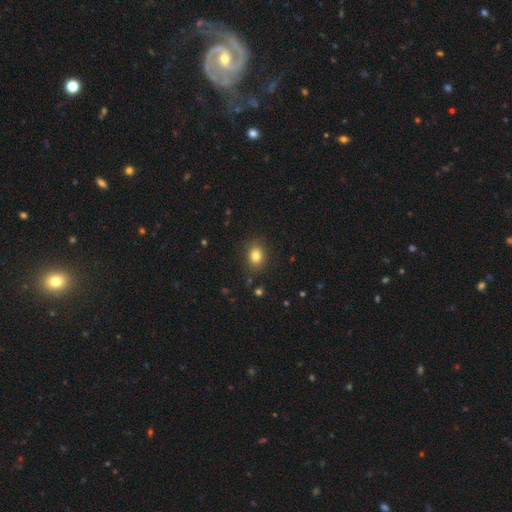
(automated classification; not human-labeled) The model was most divided on "how rounded": in between: 61%, round: 38%, cigar-shaped: 1%. More confident: merging — none (86%); smooth or featured — smooth (82%).